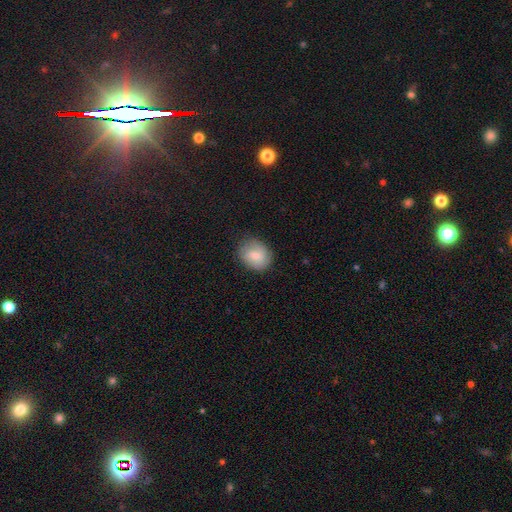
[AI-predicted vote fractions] smooth-or-featured: smooth: 73% | featured or disk: 21% | star or artifact: 7%
  how-rounded: in between: 52% | round: 47% | cigar-shaped: 1%
  merging: none: 77% | minor disturbance: 18% | major disturbance: 4% | merger: 1%